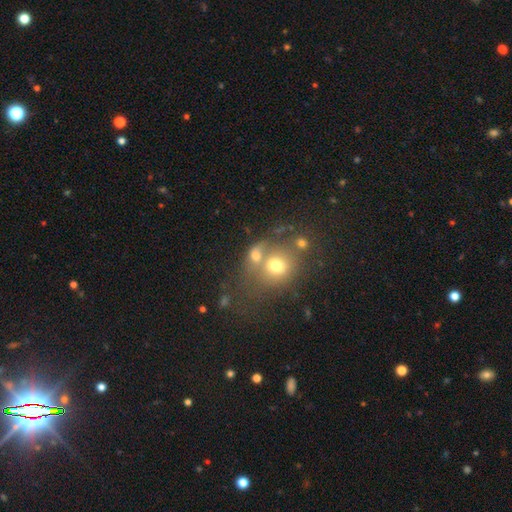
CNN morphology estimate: Smooth or featured: smooth — 69% (featured or disk — 16%)
How rounded: round — 60% (in between — 38%)
Merging: merger — 45% (none — 36%)